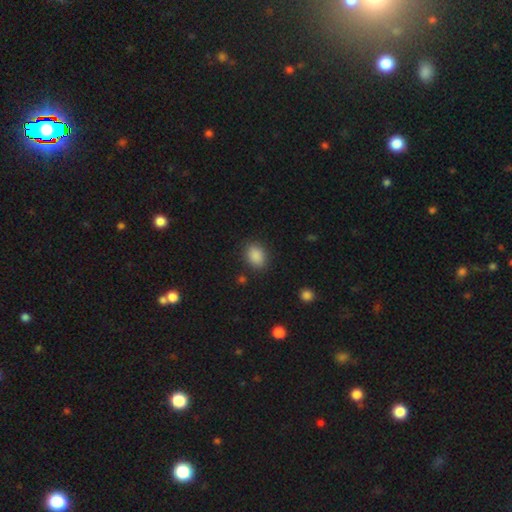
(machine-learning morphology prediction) type=smooth (88%); roundness=in between (65%); merging=none (85%).